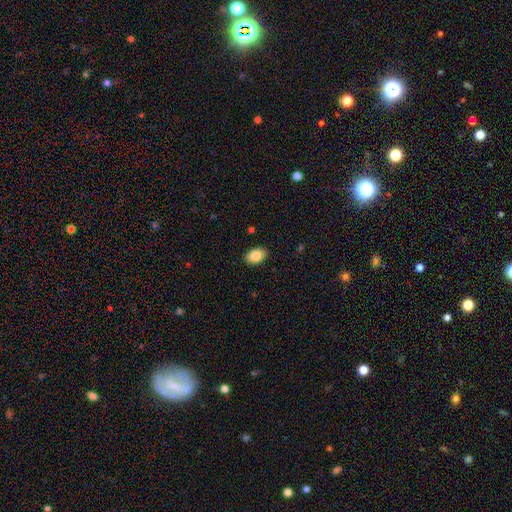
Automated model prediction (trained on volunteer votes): Morphology: type=smooth (86%); roundness=in between (88%); merging=none (89%).